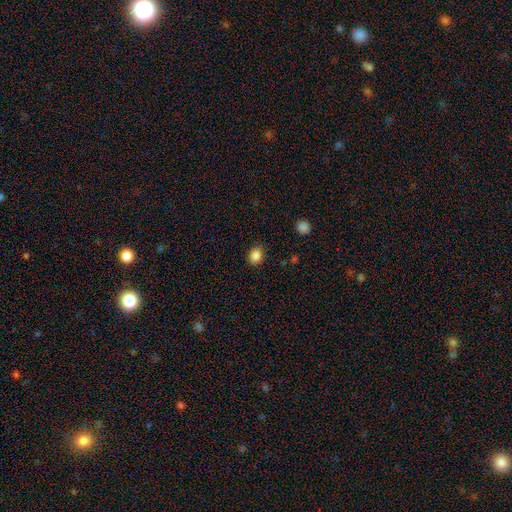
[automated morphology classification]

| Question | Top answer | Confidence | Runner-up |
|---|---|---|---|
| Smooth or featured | smooth | 85% | star or artifact (10%) |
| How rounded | in between | 51% | round (48%) |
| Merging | none | 87% | minor disturbance (10%) |